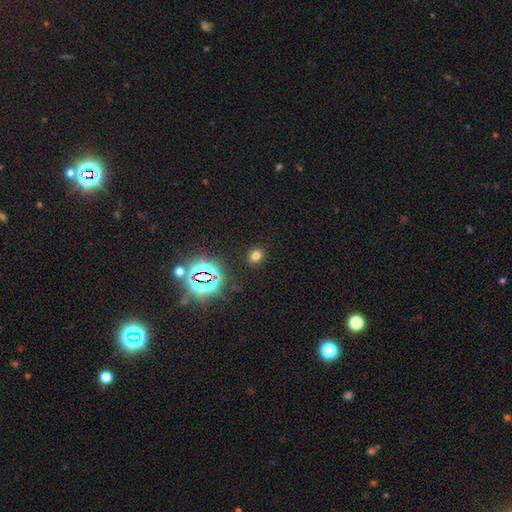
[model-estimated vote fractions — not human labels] Q: Smooth or featured?
A: smooth (69%); runner-up: star or artifact (24%)
Q: How rounded?
A: round (71%); runner-up: in between (27%)
Q: Merging?
A: none (89%); runner-up: minor disturbance (7%)